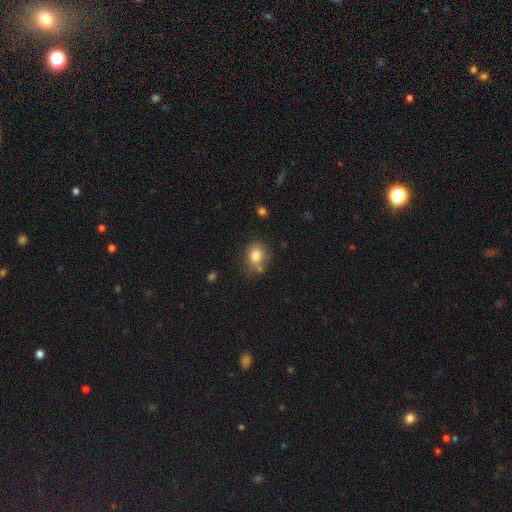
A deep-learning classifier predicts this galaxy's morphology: Smooth or featured?
  - smooth: 82% *
  - star or artifact: 10%
  - featured or disk: 9%
How rounded?
  - in between: 51% *
  - round: 48%
  - cigar-shaped: 1%
Merging?
  - none: 65% *
  - minor disturbance: 20%
  - merger: 9%
  - major disturbance: 6%